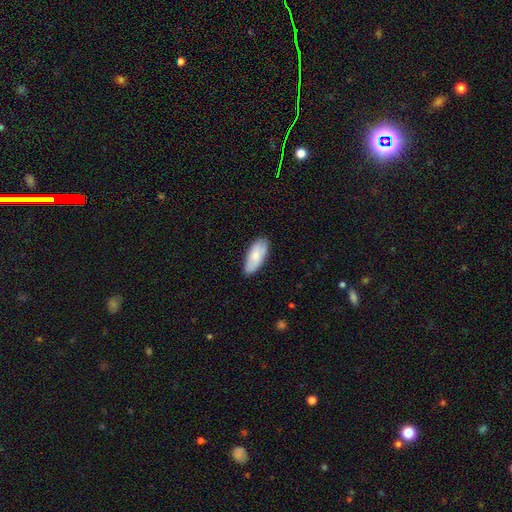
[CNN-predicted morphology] A smooth galaxy with no disk features (77%) that is in between round and cigar-shaped (86%). Merging: none (80%).